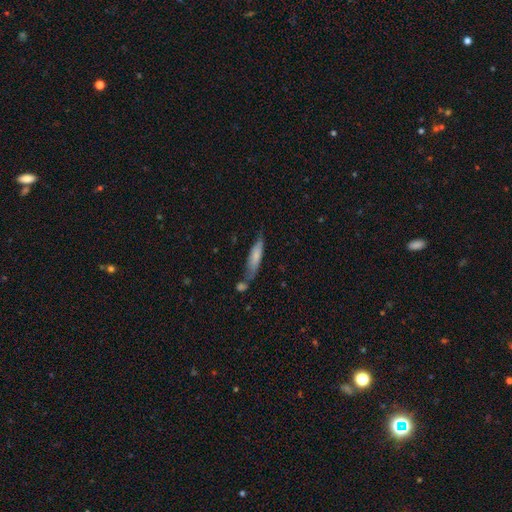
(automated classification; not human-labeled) smooth_or_featured: smooth (p=0.69) [alt: featured or disk p=0.24]
how_rounded: cigar-shaped (p=0.78) [alt: in between p=0.21]
merging: none (p=0.53) [alt: minor disturbance p=0.23]